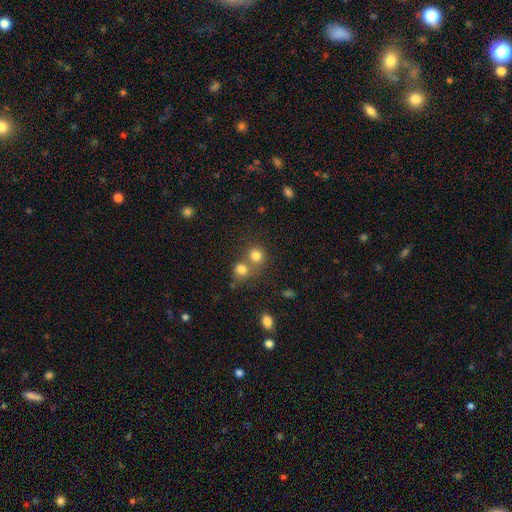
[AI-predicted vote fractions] smooth_or_featured: smooth (p=0.79) [alt: star or artifact p=0.13]
how_rounded: round (p=0.85) [alt: in between p=0.14]
merging: none (p=0.50) [alt: merger p=0.40]